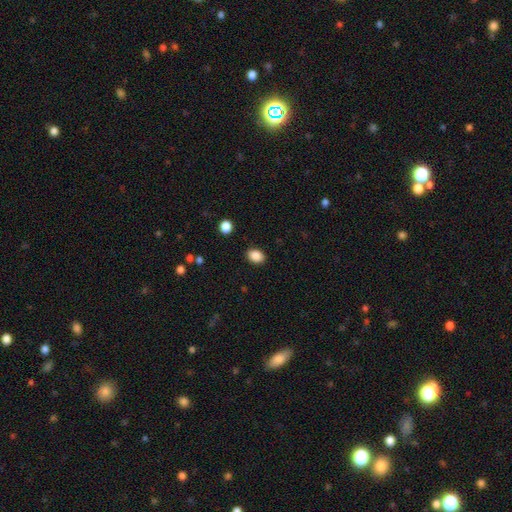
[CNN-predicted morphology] The model was most divided on "how rounded": in between: 65%, round: 34%, cigar-shaped: 1%. More confident: merging — none (88%); smooth or featured — smooth (88%).